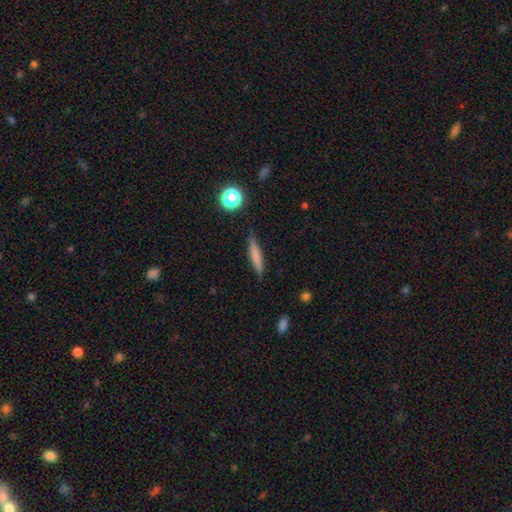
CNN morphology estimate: Smooth or featured?
  - smooth: 67% *
  - featured or disk: 25%
  - star or artifact: 8%
How rounded?
  - cigar-shaped: 88% *
  - in between: 10%
  - round: 2%
Merging?
  - none: 85% *
  - minor disturbance: 11%
  - major disturbance: 2%
  - merger: 2%